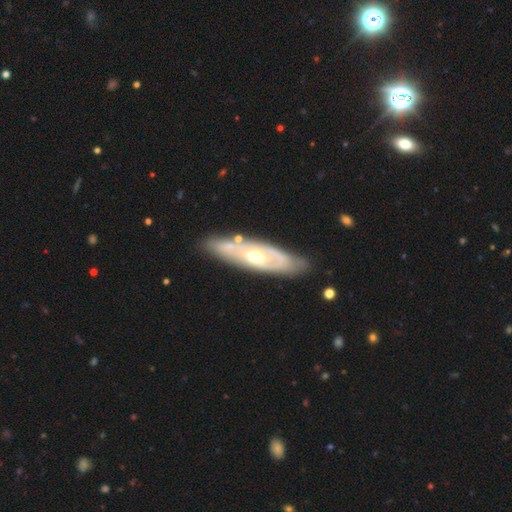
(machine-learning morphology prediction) Q: Smooth or featured?
A: featured or disk (72%); runner-up: smooth (23%)
Q: Edge-on disk?
A: no (75%); runner-up: yes (25%)
Q: Bar?
A: no (79%); runner-up: weak (16%)
Q: Spiral arms?
A: no (62%); runner-up: yes (38%)
Q: Bulge size?
A: moderate (73%); runner-up: large (16%)
Q: Merging?
A: none (76%); runner-up: minor disturbance (16%)